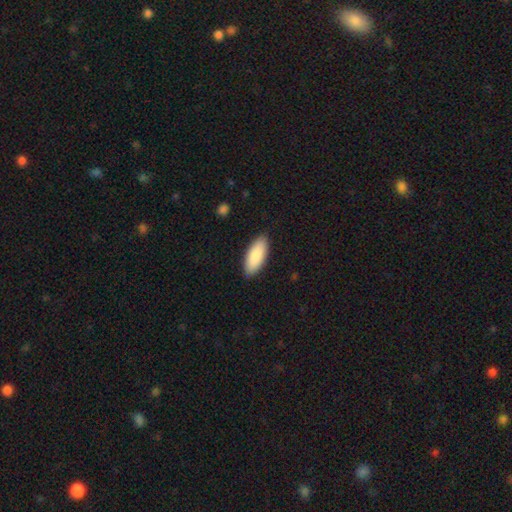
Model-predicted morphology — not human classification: Smooth or featured?
  - smooth: 88% *
  - featured or disk: 7%
  - star or artifact: 5%
How rounded?
  - in between: 82% *
  - cigar-shaped: 17%
  - round: 2%
Merging?
  - none: 88% *
  - minor disturbance: 9%
  - major disturbance: 2%
  - merger: 1%